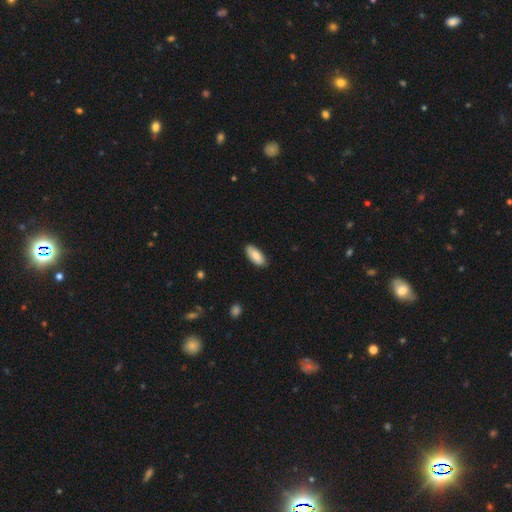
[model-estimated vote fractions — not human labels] Smooth or featured: smooth — 83% (featured or disk — 11%)
How rounded: in between — 88% (cigar-shaped — 11%)
Merging: none — 85% (minor disturbance — 12%)